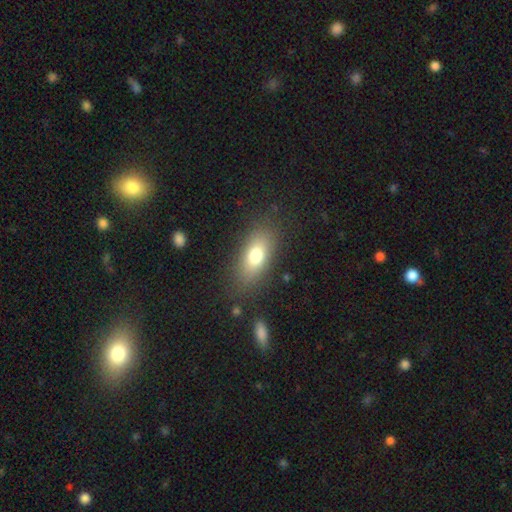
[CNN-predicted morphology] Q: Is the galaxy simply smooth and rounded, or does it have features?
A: smooth — 74%.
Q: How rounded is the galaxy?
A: in between — 83%.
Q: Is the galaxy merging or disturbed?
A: none — 81%.